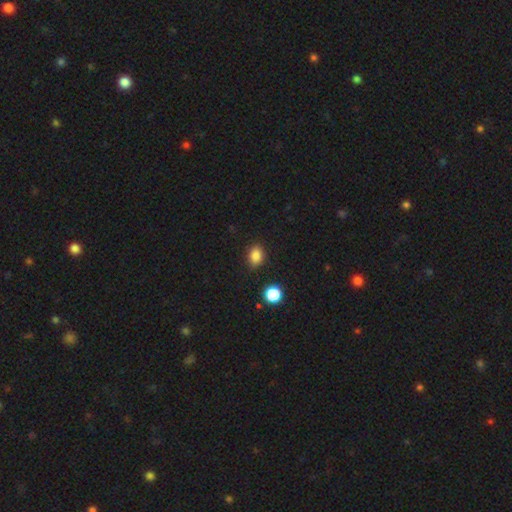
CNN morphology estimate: The model was most divided on "how rounded": in between: 65%, round: 33%, cigar-shaped: 1%. More confident: merging — none (85%); smooth or featured — smooth (84%).